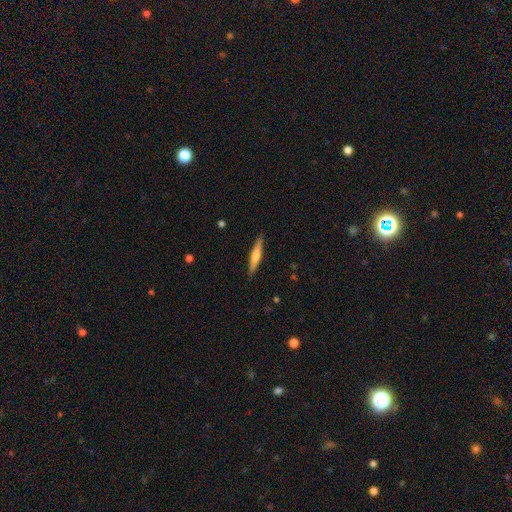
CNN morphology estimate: smooth-or-featured: smooth: 50% | featured or disk: 45% | star or artifact: 6%
  merging: none: 90% | minor disturbance: 7% | major disturbance: 1% | merger: 1%